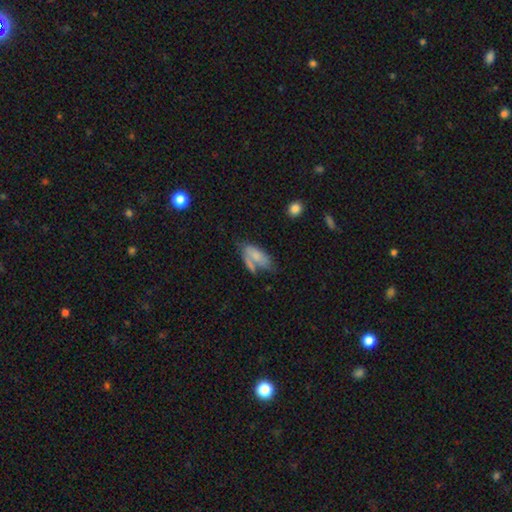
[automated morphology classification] This appears to be a smooth galaxy with no disk features (69%) that is in between round and cigar-shaped (84%). Merging: none (37%).